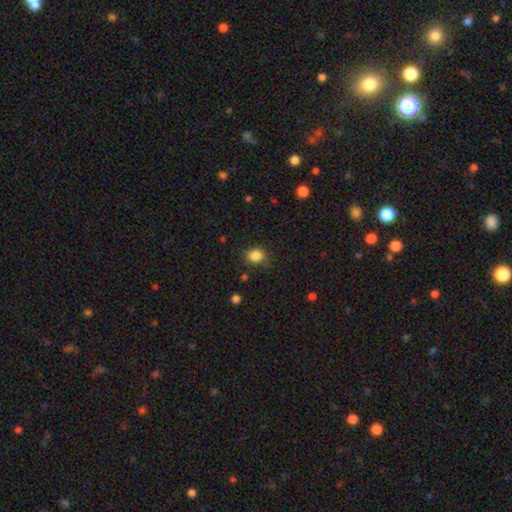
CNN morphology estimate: type=smooth (85%); roundness=round (55%); merging=none (78%).